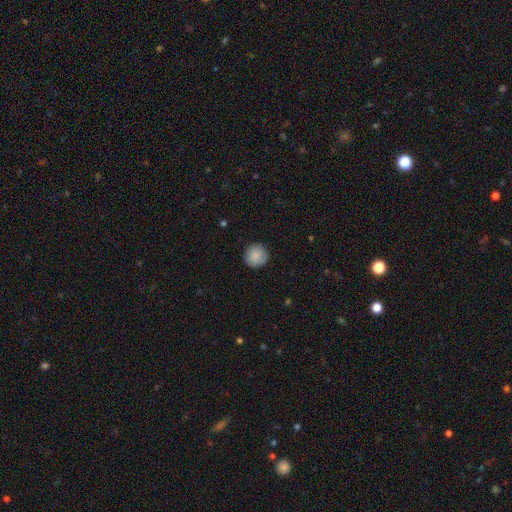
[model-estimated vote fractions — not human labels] The model was most divided on "smooth or featured": smooth: 88%, star or artifact: 7%, featured or disk: 5%. More confident: how rounded — round (94%); merging — none (89%).